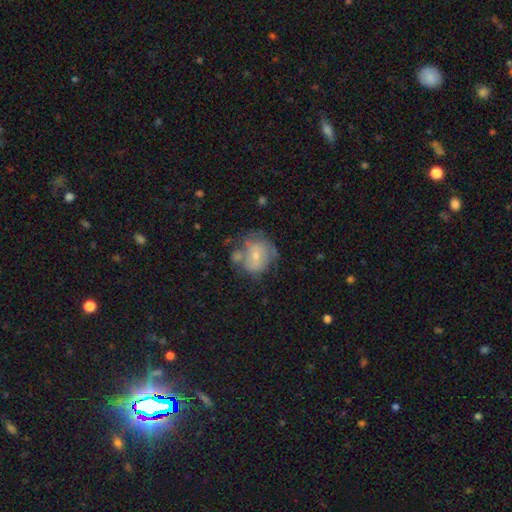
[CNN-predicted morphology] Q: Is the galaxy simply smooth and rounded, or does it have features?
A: featured or disk — 47%.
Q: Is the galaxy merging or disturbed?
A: none — 39%.